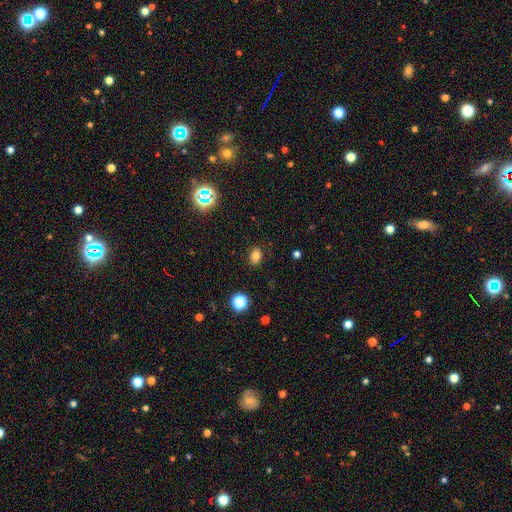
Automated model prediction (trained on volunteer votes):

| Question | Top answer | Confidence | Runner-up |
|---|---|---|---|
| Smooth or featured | smooth | 78% | star or artifact (14%) |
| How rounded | in between | 76% | round (22%) |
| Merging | none | 86% | minor disturbance (10%) |